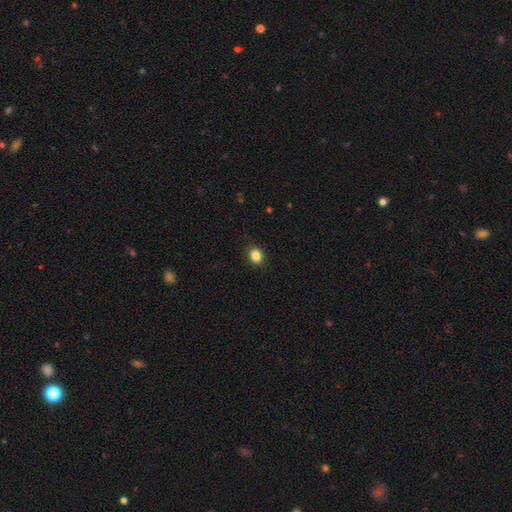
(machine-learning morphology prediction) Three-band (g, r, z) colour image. It shows a smooth galaxy with no disk features (85%) that is round (60%). Merging: none (89%).